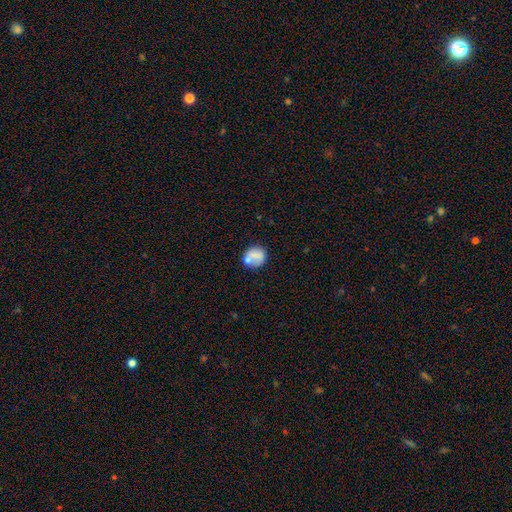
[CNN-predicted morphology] A smooth galaxy with no disk features (71%) that is round (78%).

Vote fractions:
- Smooth or featured? smooth: 71% / featured or disk: 20% / star or artifact: 9%
- How rounded? round: 78% / in between: 21% / cigar-shaped: 1%
- Merging? none: 59% / minor disturbance: 18% / merger: 16% / major disturbance: 7%